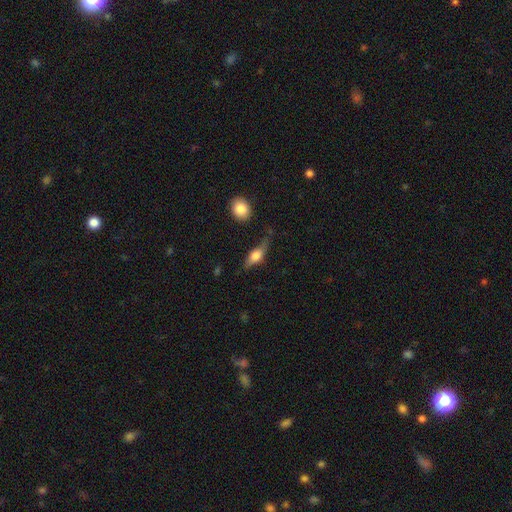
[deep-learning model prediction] Smooth or featured? Predicted: smooth (p=0.51). How rounded? Predicted: in between (p=0.62). Merging? Predicted: none (p=0.61).